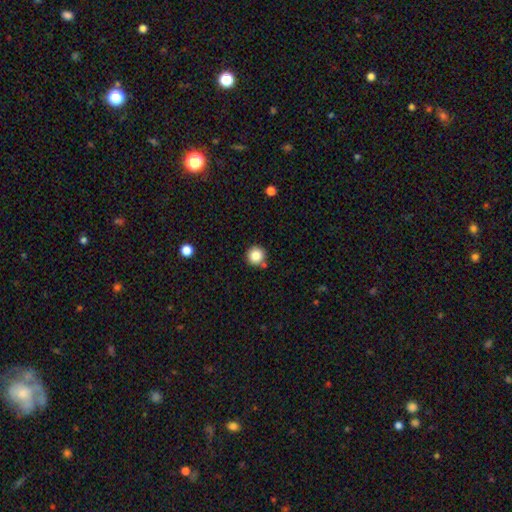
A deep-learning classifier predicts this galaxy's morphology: Overall: smooth (84%). How rounded: round (95%). Merging: none (82%).